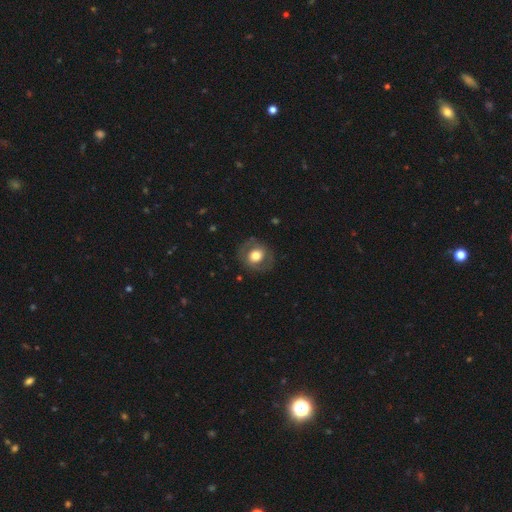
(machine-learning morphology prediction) A smooth galaxy with no disk features (55%) that is round (77%).

Vote fractions:
- Smooth or featured? smooth: 55% / featured or disk: 37% / star or artifact: 8%
- How rounded? round: 77% / in between: 22% / cigar-shaped: 1%
- Merging? none: 80% / minor disturbance: 13% / major disturbance: 6% / merger: 1%